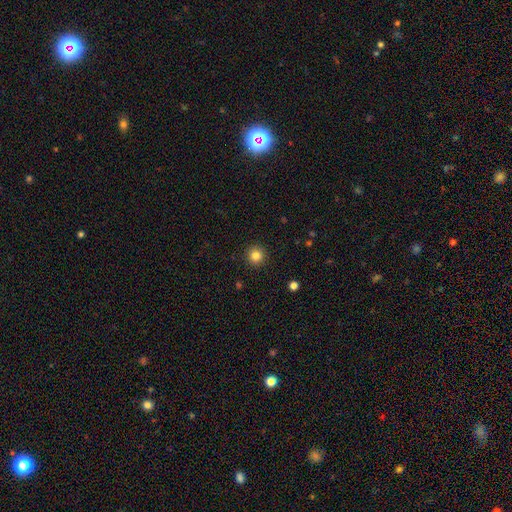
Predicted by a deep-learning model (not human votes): Smooth or featured?
  - smooth: 83% *
  - star or artifact: 12%
  - featured or disk: 5%
How rounded?
  - round: 95% *
  - in between: 4%
  - cigar-shaped: 1%
Merging?
  - none: 92% *
  - minor disturbance: 5%
  - major disturbance: 2%
  - merger: 1%